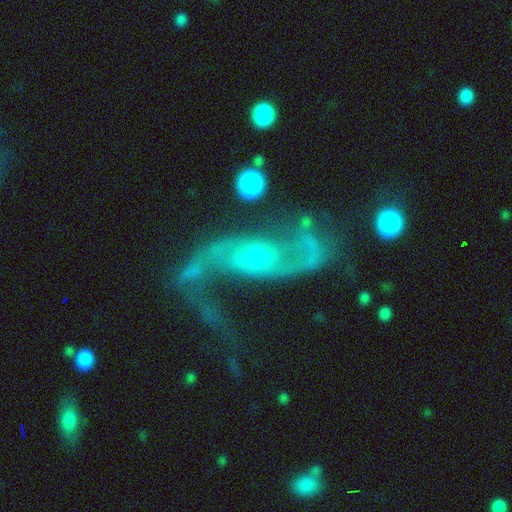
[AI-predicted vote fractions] featured or disk 86%, smooth 8%, star or artifact 6%. Down the decision tree: edge-on disk — no (95%); bar — no (63%); spiral arms — yes (93%); spiral arm count — 2 (92%); spiral winding — loose (70%); bulge size — small (53%); merging — none (45%).